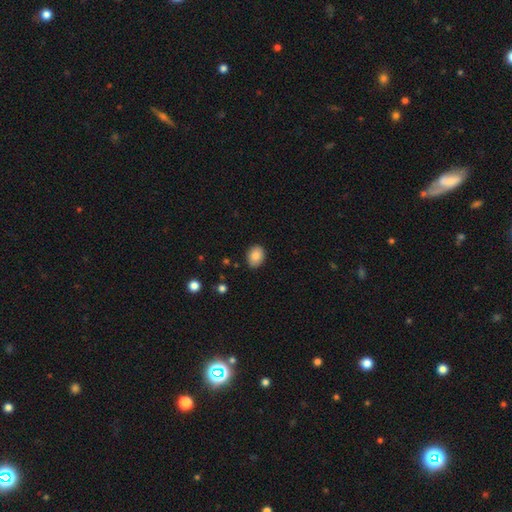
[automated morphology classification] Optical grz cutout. It shows a smooth galaxy with no disk features (87%) that is in between round and cigar-shaped (69%). Merging: none (85%).